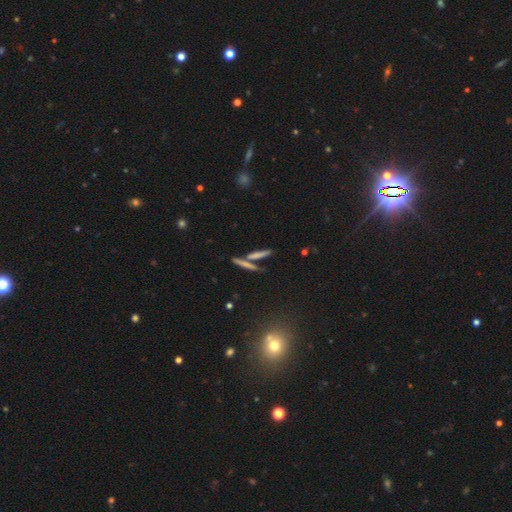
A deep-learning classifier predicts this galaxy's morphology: smooth-or-featured: featured or disk: 42% | smooth: 41% | star or artifact: 17%
  merging: none: 77% | merger: 11% | minor disturbance: 8% | major disturbance: 3%